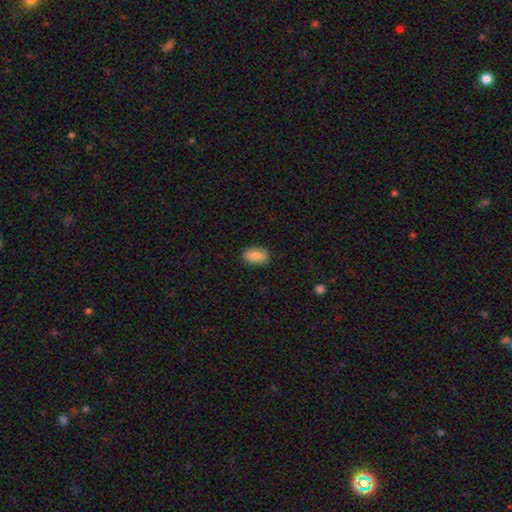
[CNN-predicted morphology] Smooth or featured? smooth (86%)
How rounded? in between (91%)
Merging? none (87%)